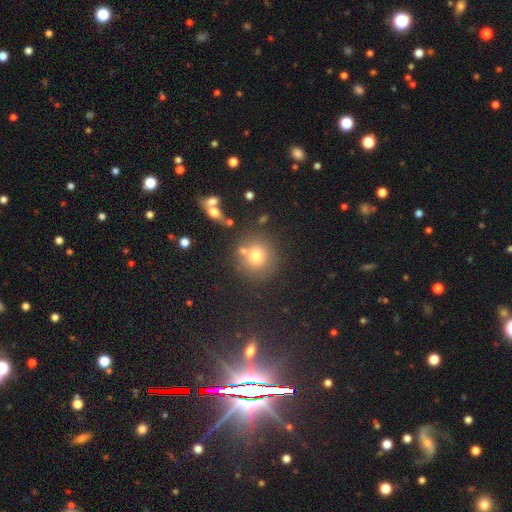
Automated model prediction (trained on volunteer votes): A smooth galaxy with no disk features (72%) that is round (90%).

Vote fractions:
- Smooth or featured? smooth: 72% / star or artifact: 15% / featured or disk: 13%
- How rounded? round: 90% / in between: 9% / cigar-shaped: 1%
- Merging? none: 72% / merger: 14% / minor disturbance: 11% / major disturbance: 4%